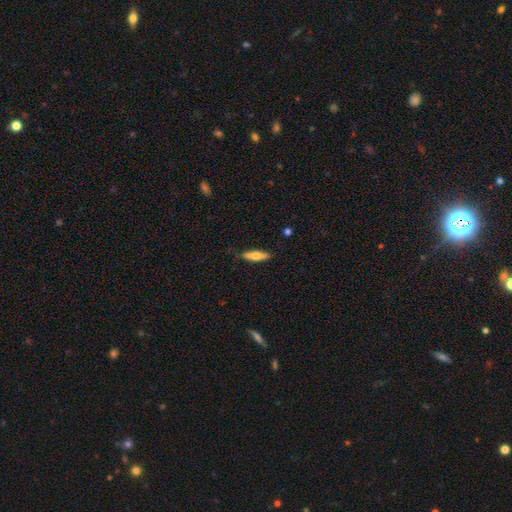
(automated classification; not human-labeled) smooth-or-featured: smooth: 62% | featured or disk: 32% | star or artifact: 6%
  how-rounded: cigar-shaped: 73% | in between: 25% | round: 2%
  merging: none: 83% | minor disturbance: 13% | major disturbance: 2% | merger: 1%